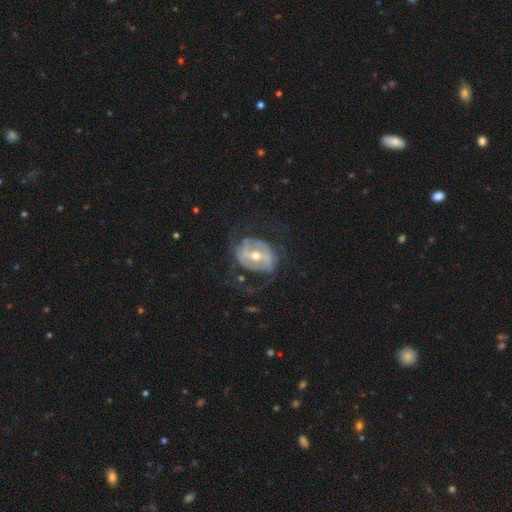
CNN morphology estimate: The model was most divided on "spiral winding": medium: 39%, tight: 31%, loose: 31%. Remaining: edge-on disk — no (96%); smooth or featured — featured or disk (81%); bulge size — moderate (70%); spiral arms — yes (69%); spiral arm count — 2 (63%); merging — none (59%); bar — strong (46%).